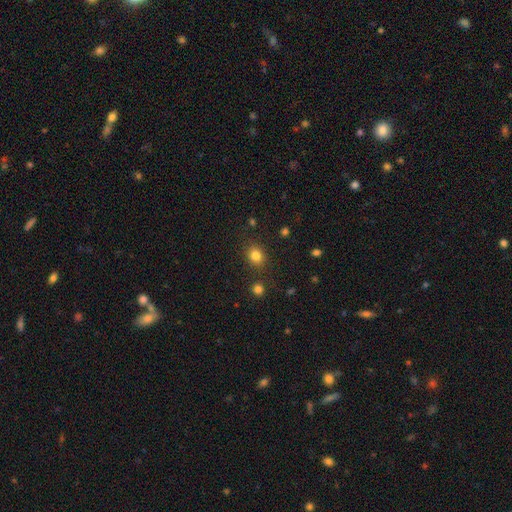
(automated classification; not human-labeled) A smooth galaxy with no disk features (82%) that is round (64%). Merging: none (84%).